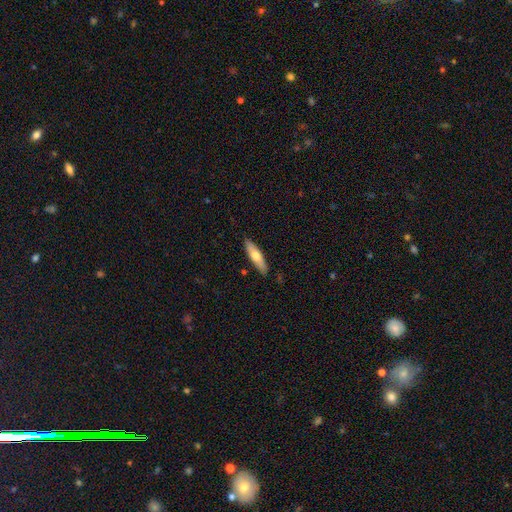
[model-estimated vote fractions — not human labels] smooth_or_featured: smooth (p=0.63) [alt: featured or disk p=0.31]
how_rounded: cigar-shaped (p=0.67) [alt: in between p=0.31]
merging: none (p=0.87) [alt: minor disturbance p=0.10]